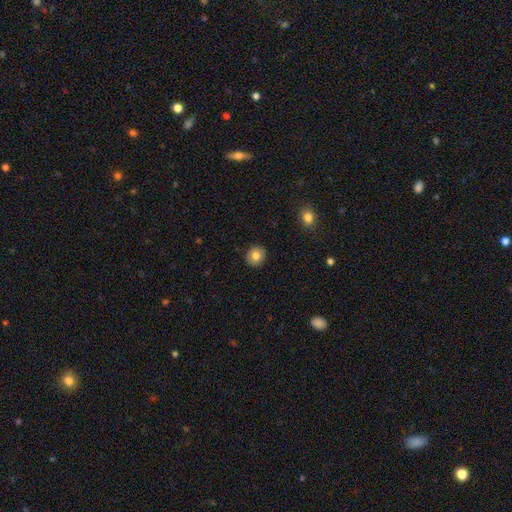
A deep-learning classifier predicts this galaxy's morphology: Overall: smooth (79%). How rounded: round (86%). Merging: none (91%).